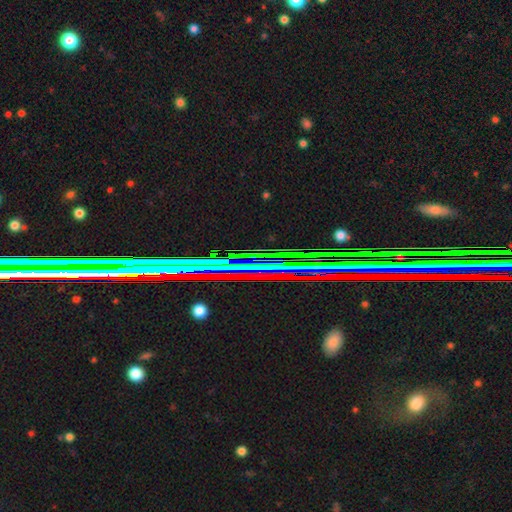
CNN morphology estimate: smooth_or_featured: star or artifact (p=0.67) [alt: featured or disk p=0.21]